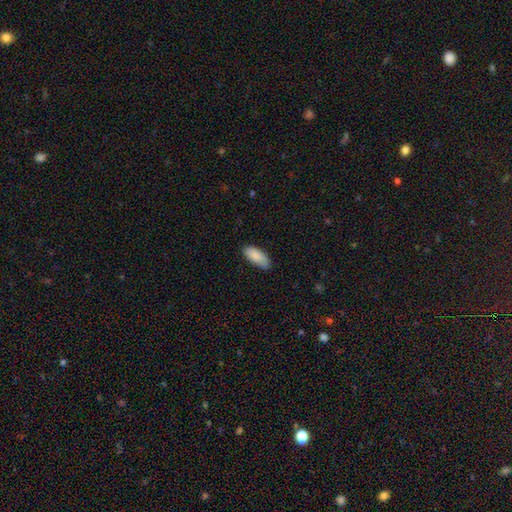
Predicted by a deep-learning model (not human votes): smooth_or_featured: smooth (p=0.89) [alt: star or artifact p=0.06]
how_rounded: in between (p=0.84) [alt: cigar-shaped p=0.14]
merging: none (p=0.78) [alt: minor disturbance p=0.18]